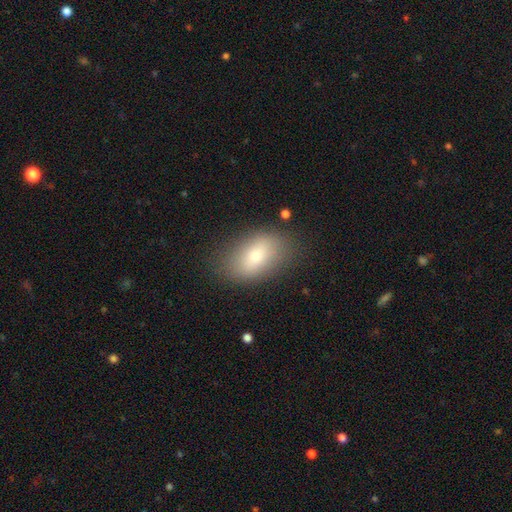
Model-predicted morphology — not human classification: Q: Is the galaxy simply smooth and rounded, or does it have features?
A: smooth — 75%.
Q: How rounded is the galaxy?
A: in between — 90%.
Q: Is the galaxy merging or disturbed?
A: none — 79%.